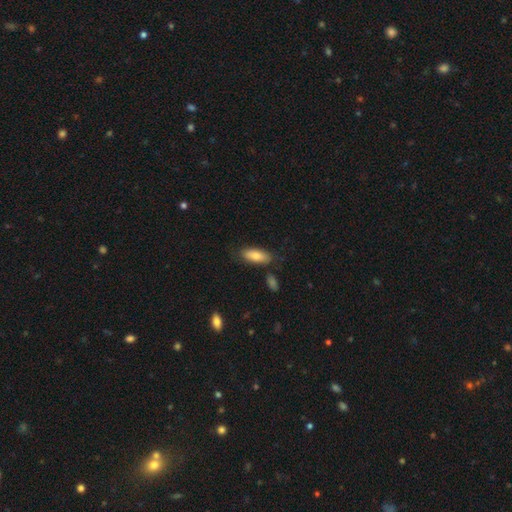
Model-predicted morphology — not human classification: Smooth or featured?
  - smooth: 81% *
  - featured or disk: 13%
  - star or artifact: 6%
How rounded?
  - in between: 78% *
  - cigar-shaped: 20%
  - round: 2%
Merging?
  - none: 76% *
  - minor disturbance: 16%
  - merger: 4%
  - major disturbance: 4%